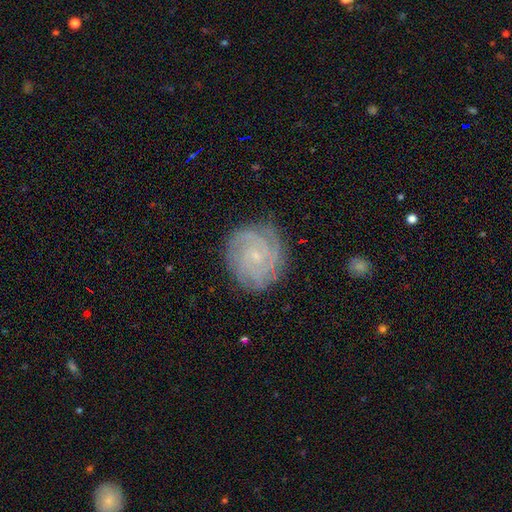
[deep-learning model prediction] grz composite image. It shows a featured or disk galaxy (81%) with no bar (77%), tight (80%) spiral arms (97%) and a small central bulge (83%). Merging: none (83%).